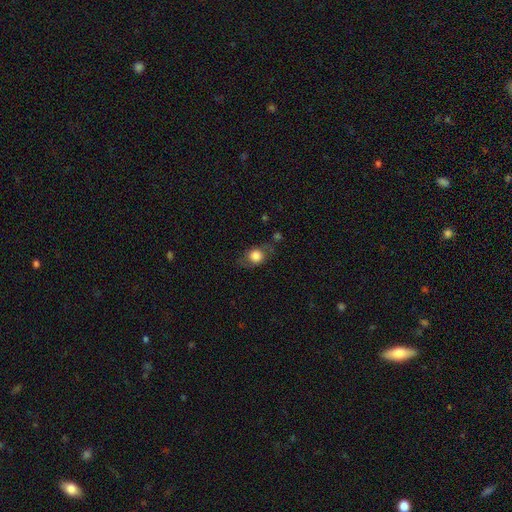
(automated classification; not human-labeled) Smooth or featured? Predicted: smooth (p=0.70). How rounded? Predicted: round (p=0.57). Merging? Predicted: none (p=0.68).